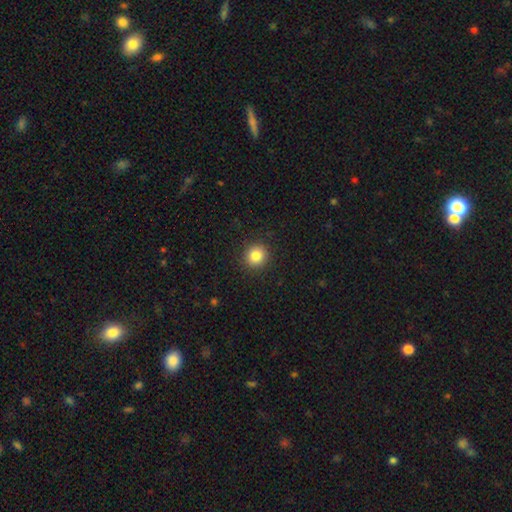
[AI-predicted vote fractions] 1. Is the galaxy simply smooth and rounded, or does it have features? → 84% smooth, 11% star or artifact, 6% featured or disk.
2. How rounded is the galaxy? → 88% round, 11% in between, 1% cigar-shaped.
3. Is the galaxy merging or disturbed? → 91% none, 6% minor disturbance, 2% major disturbance, 1% merger.